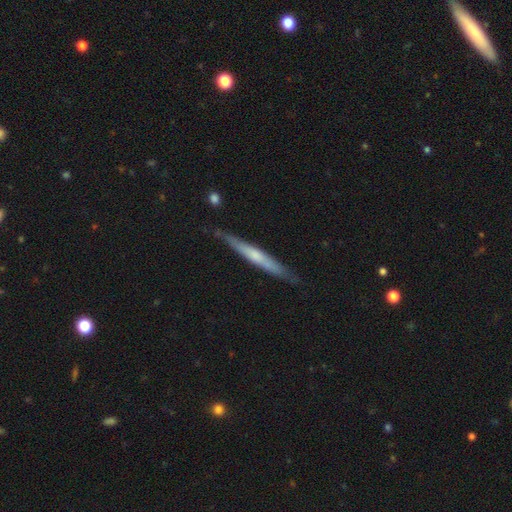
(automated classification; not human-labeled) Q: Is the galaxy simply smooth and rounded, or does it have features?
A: featured or disk — 53%.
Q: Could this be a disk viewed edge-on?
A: yes — 95%.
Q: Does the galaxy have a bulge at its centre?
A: none — 52%.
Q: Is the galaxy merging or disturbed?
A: none — 82%.